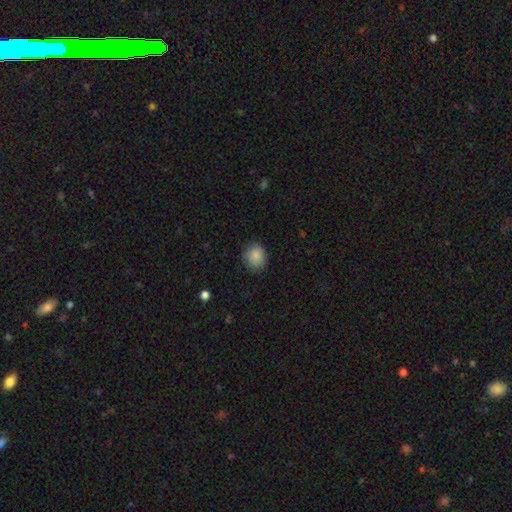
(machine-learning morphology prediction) type=smooth (85%); roundness=round (79%); merging=none (79%).